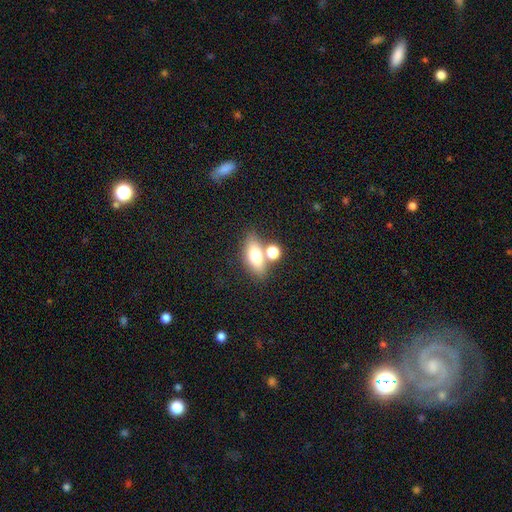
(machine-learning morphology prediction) Smooth or featured: smooth — 71% (featured or disk — 19%)
How rounded: in between — 74% (cigar-shaped — 13%)
Merging: none — 58% (merger — 27%)